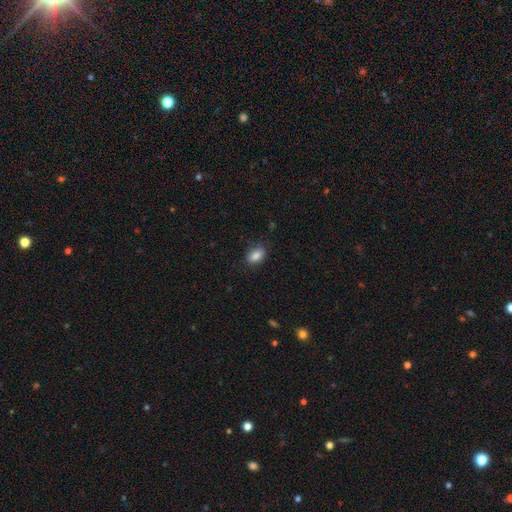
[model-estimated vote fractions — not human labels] This is clearly a smooth galaxy (86%). How rounded: clearly in between (86%). Merging: clearly none (81%).